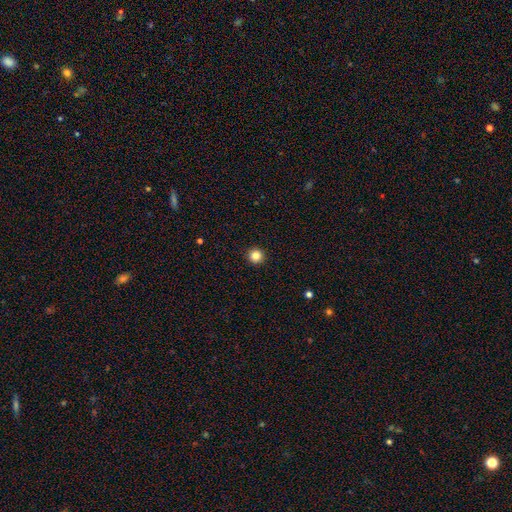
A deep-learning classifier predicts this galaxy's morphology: A smooth galaxy with no disk features (84%) that is round (96%). Merging: none (94%).